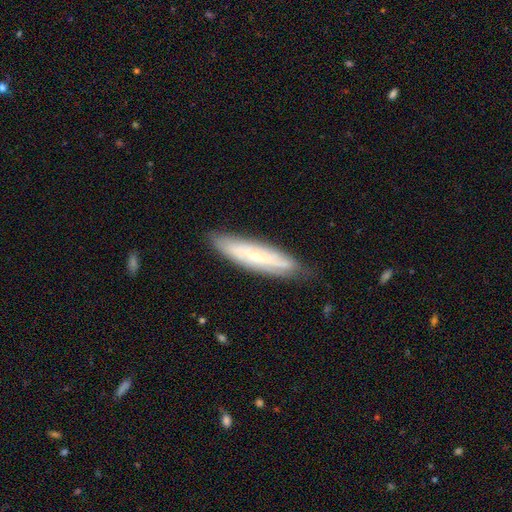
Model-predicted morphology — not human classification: Q: Smooth or featured?
A: featured or disk (59%); runner-up: smooth (34%)
Q: Edge-on disk?
A: no (51%); runner-up: yes (49%)
Q: Merging?
A: none (80%); runner-up: minor disturbance (15%)